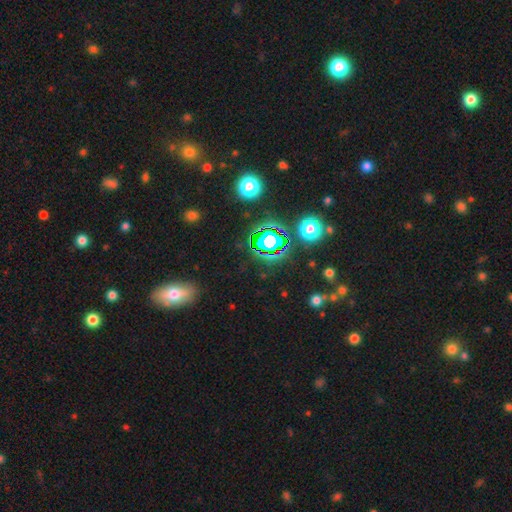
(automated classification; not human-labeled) Smooth or featured: star or artifact — 64% (smooth — 26%)